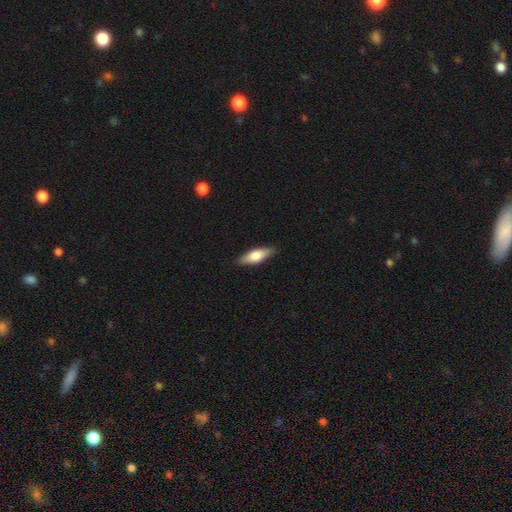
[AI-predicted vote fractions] Morphology: type=smooth (66%); roundness=in between (58%); merging=none (88%).